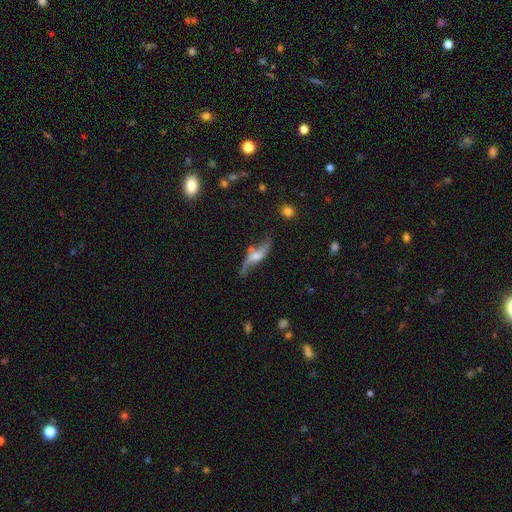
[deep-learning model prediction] smooth_or_featured: featured or disk (p=0.76) [alt: smooth p=0.17]
disk_edge_on: no (p=0.70) [alt: yes p=0.30]
bar: no (p=0.46) [alt: weak p=0.38]
has_spiral_arms: yes (p=0.89) [alt: no p=0.11]
bulge_size: moderate (p=0.41) [alt: small p=0.26]
merging: none (p=0.57) [alt: minor disturbance p=0.22]